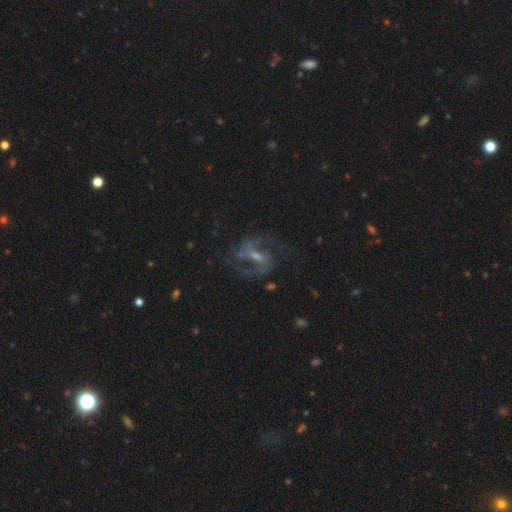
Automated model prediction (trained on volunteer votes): The model was most divided on "bulge size": small: 50%, moderate: 37%, none: 9%, large: 3%, dominant: 1%. Remaining: edge-on disk — no (97%); spiral arms — yes (95%); spiral arm count — 2 (90%); smooth or featured — featured or disk (85%); merging — none (70%); spiral winding — medium (59%); bar — weak (50%).